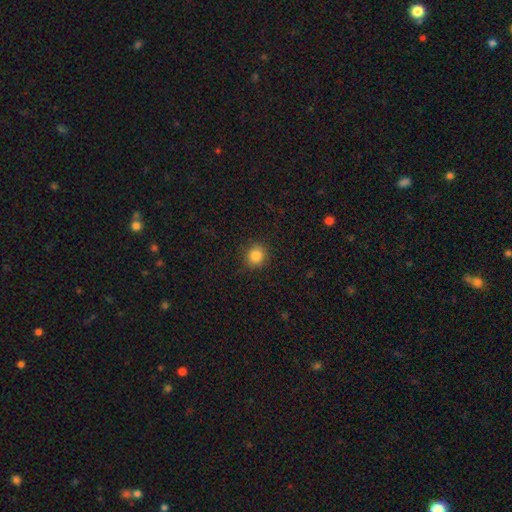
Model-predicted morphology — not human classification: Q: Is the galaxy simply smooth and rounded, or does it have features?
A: smooth — 85%.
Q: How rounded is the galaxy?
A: round — 90%.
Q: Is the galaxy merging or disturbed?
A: none — 89%.